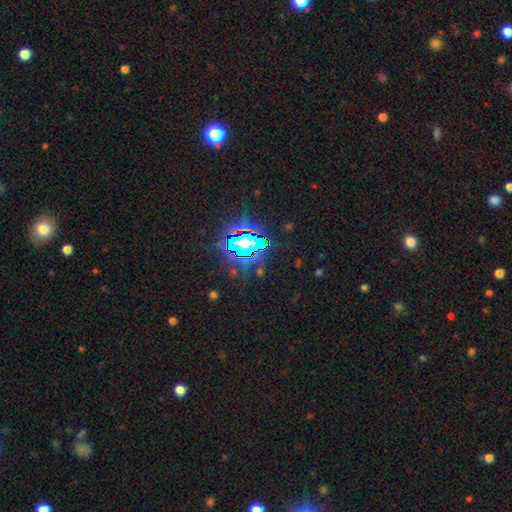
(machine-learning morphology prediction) Smooth or featured: star or artifact — 85% (smooth — 9%)